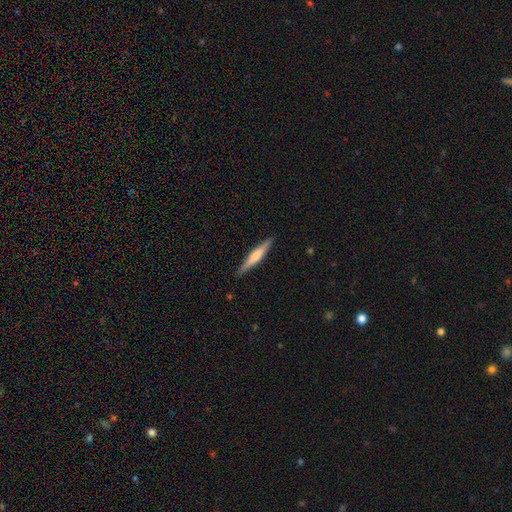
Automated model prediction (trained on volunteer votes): This appears to be a featured or disk galaxy (52%) viewed edge-on (97%) with a rounded central bulge (65%). Merging: none (90%).